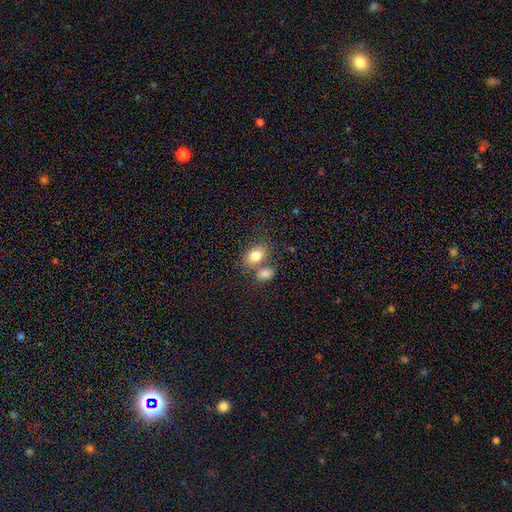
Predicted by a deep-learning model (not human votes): Q: Smooth or featured?
A: smooth (80%); runner-up: featured or disk (11%)
Q: How rounded?
A: in between (83%); runner-up: round (15%)
Q: Merging?
A: none (44%); runner-up: merger (41%)